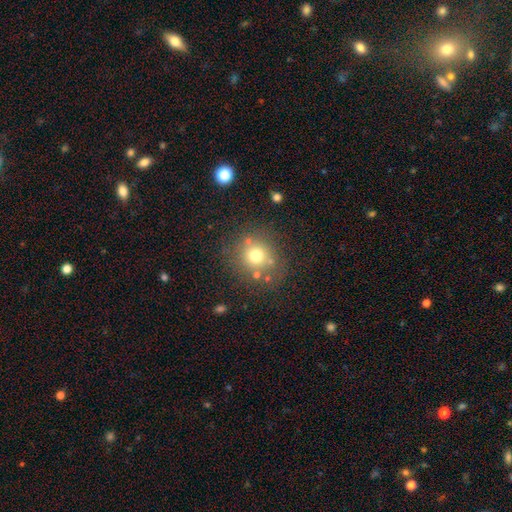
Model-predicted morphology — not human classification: The model was most divided on "smooth or featured": smooth: 70%, star or artifact: 16%, featured or disk: 14%. More confident: how rounded — round (89%); merging — none (77%).